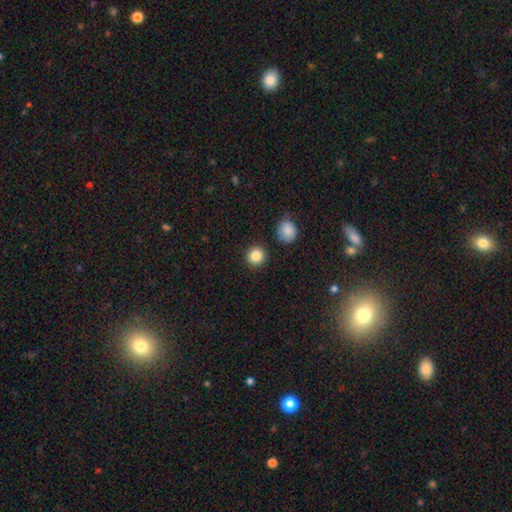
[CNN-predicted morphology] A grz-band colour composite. It shows a smooth galaxy with no disk features (86%) that is round (92%). Merging: none (89%).